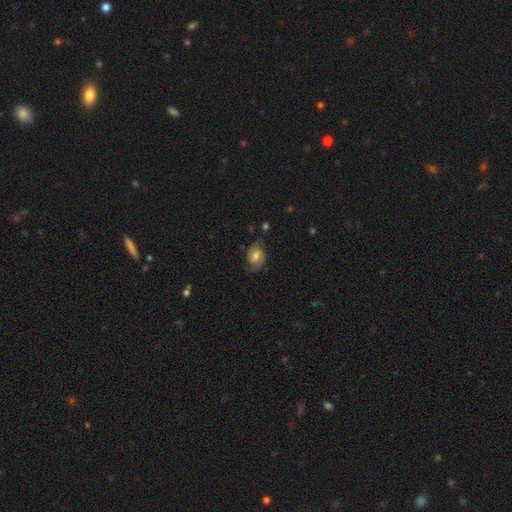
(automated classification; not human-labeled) smooth-or-featured: featured or disk: 51% | smooth: 39% | star or artifact: 9%
  disk-edge-on: no: 96% | yes: 4%
  merging: none: 69% | minor disturbance: 21% | major disturbance: 8% | merger: 2%